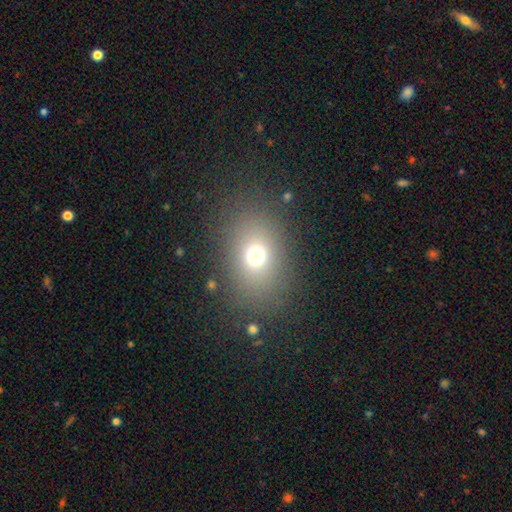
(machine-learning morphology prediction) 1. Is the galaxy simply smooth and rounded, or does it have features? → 71% smooth, 17% star or artifact, 12% featured or disk.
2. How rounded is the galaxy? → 63% in between, 36% round, 1% cigar-shaped.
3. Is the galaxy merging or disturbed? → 82% none, 10% minor disturbance, 6% major disturbance, 2% merger.